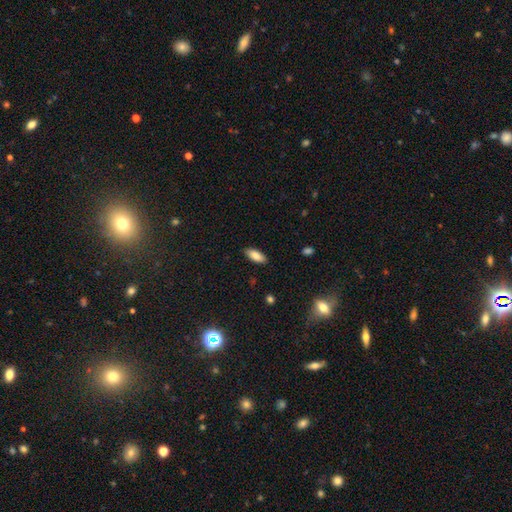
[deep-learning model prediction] smooth 86%, featured or disk 8%, star or artifact 7%. Down the decision tree: how rounded — in between (82%); merging — none (87%).